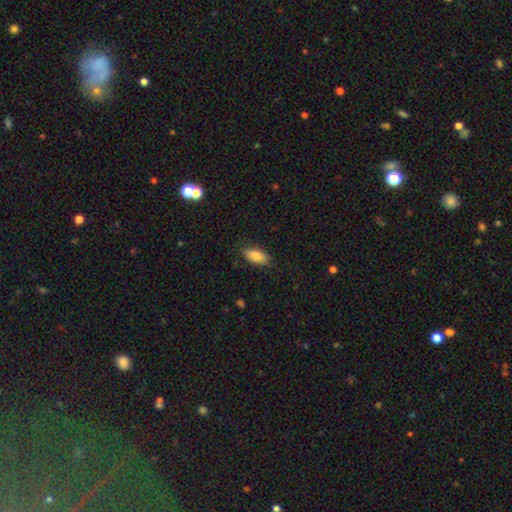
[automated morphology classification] smooth_or_featured: smooth (p=0.86) [alt: featured or disk p=0.07]
how_rounded: in between (p=0.88) [alt: cigar-shaped p=0.10]
merging: none (p=0.83) [alt: minor disturbance p=0.13]